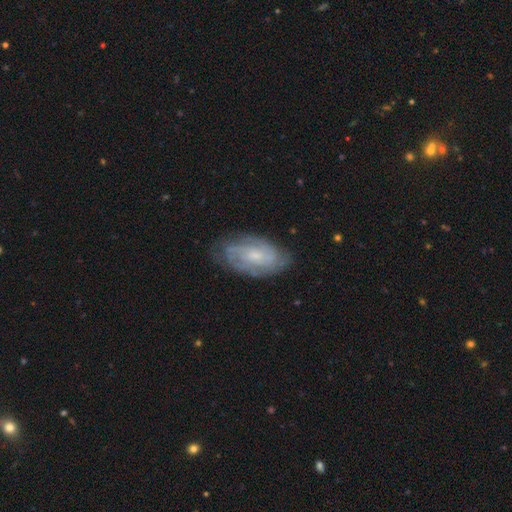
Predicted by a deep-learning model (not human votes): Overall: featured or disk (74%). Edge-on disk: no (95%). Bar: no (60%; weak 34%). Spiral arms: yes (91%). Spiral arm count: can't tell (41%; 2 30%). Spiral winding: tight (60%; medium 32%). Bulge size: small (56%; moderate 32%). Merging: none (75%).